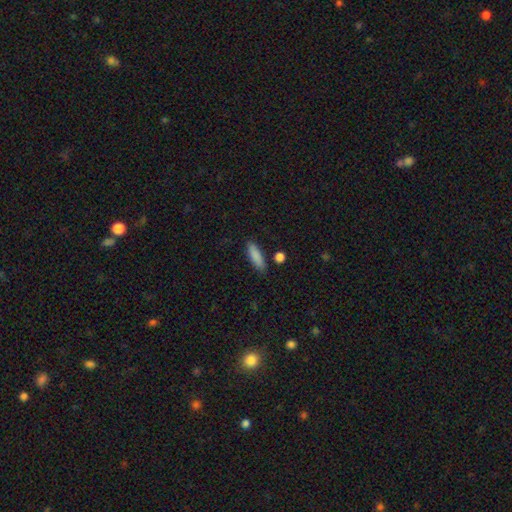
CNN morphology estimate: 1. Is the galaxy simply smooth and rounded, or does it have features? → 86% smooth, 7% featured or disk, 7% star or artifact.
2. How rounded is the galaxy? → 54% cigar-shaped, 43% in between, 2% round.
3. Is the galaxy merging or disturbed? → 82% none, 12% minor disturbance, 4% merger, 3% major disturbance.